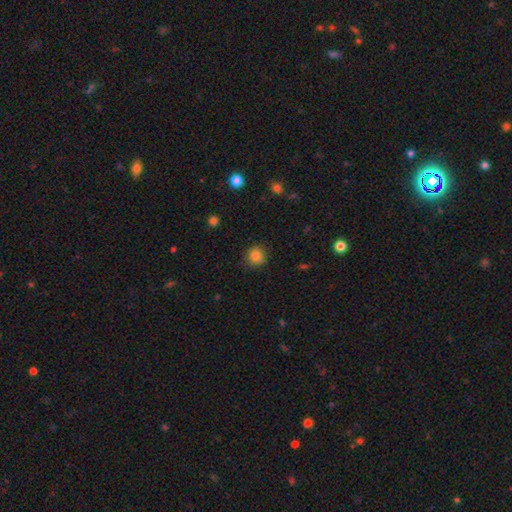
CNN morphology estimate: This appears to be a smooth galaxy with no disk features (84%) that is round (88%). Merging: none (86%).